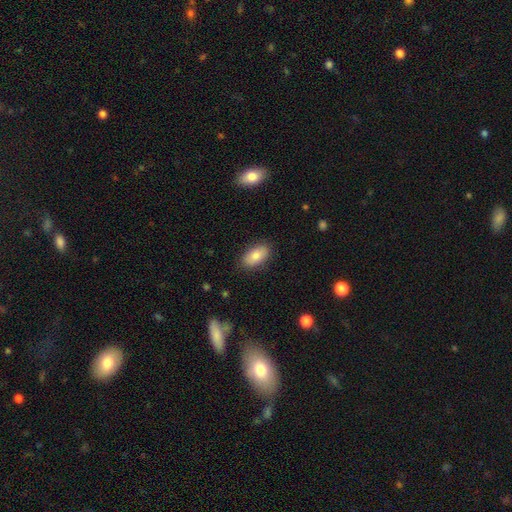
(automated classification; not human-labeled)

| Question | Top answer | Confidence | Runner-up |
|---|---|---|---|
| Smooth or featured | smooth | 82% | featured or disk (11%) |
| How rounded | in between | 93% | round (4%) |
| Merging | none | 86% | minor disturbance (11%) |